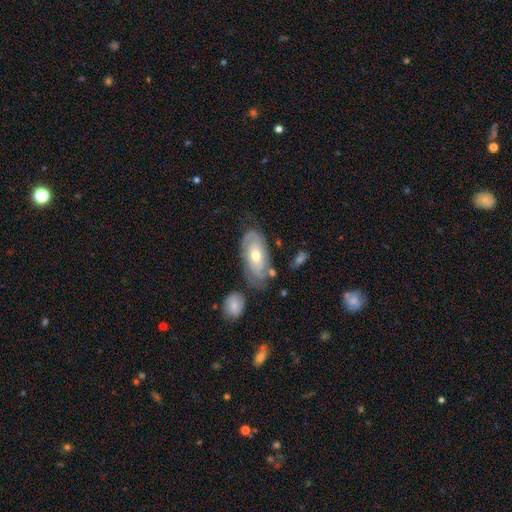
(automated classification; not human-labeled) A featured or disk galaxy (67%) with no bar (73%), spiral arms (81%) and a moderate central bulge (67%). Merging: none (62%).